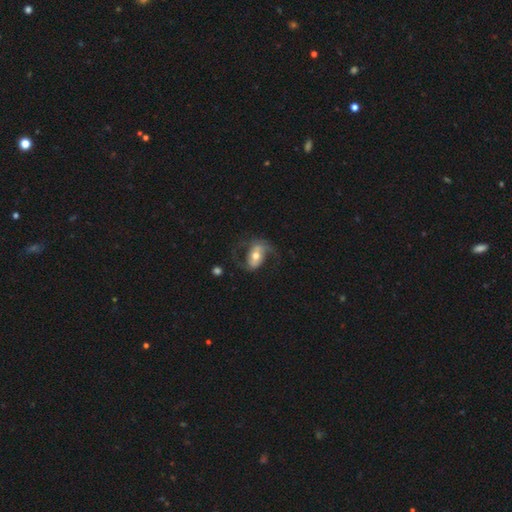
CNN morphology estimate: type=featured or disk (75%); edge-on=no (96%); bar=weak (34%); spiral arms=yes (88%); winding=loose (49%); arm count=2 (89%); bulge=moderate (70%); merging=none (62%).